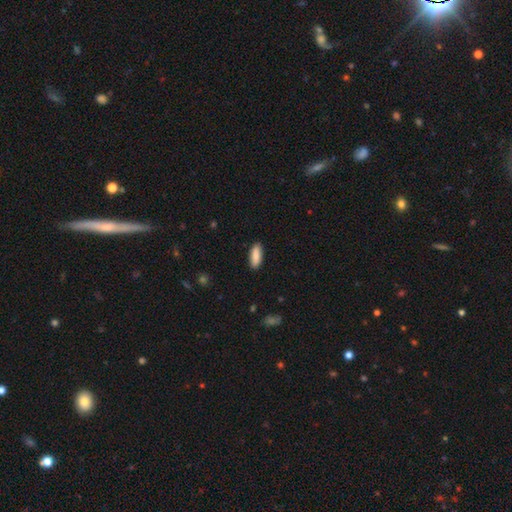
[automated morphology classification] A smooth galaxy with no disk features (89%) that is in between round and cigar-shaped (72%). Merging: none (89%).